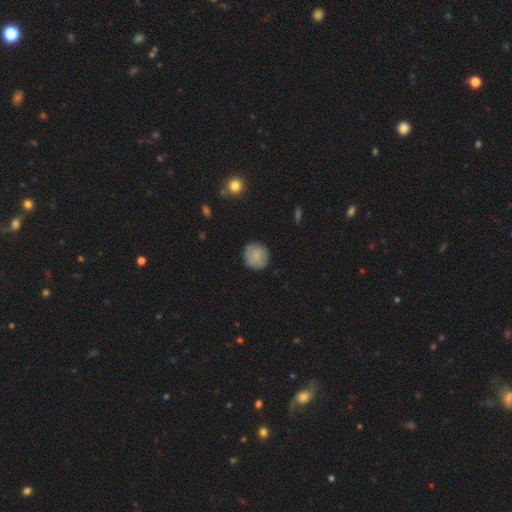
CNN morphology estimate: Q: Smooth or featured?
A: smooth (78%); runner-up: featured or disk (15%)
Q: How rounded?
A: round (92%); runner-up: in between (7%)
Q: Merging?
A: none (86%); runner-up: minor disturbance (11%)